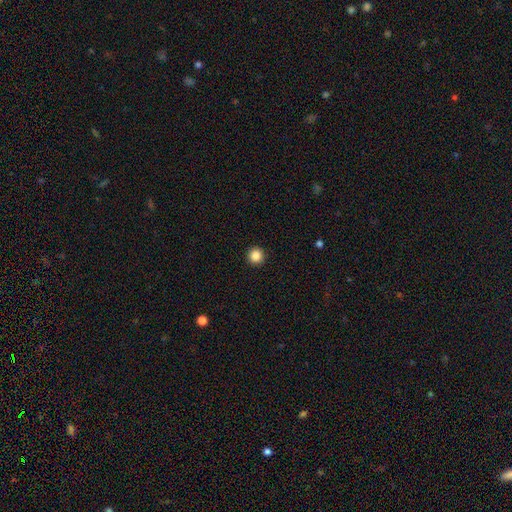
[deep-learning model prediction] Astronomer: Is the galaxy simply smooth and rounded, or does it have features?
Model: smooth — 87%.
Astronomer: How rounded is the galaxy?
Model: round — 96%.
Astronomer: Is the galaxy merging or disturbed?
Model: none — 94%.